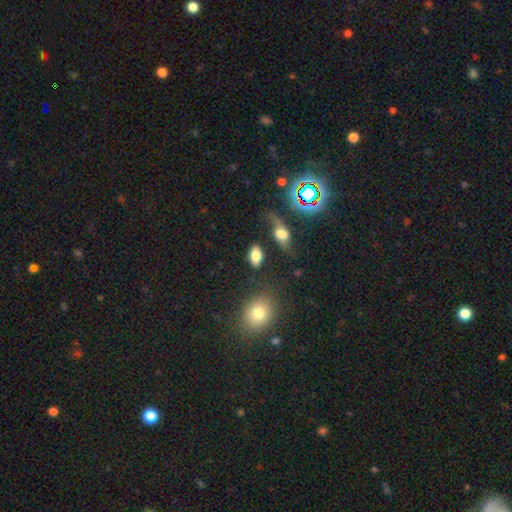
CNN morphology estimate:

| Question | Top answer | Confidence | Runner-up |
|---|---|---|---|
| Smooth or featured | smooth | 79% | featured or disk (11%) |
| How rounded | in between | 90% | round (8%) |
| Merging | none | 76% | minor disturbance (13%) |